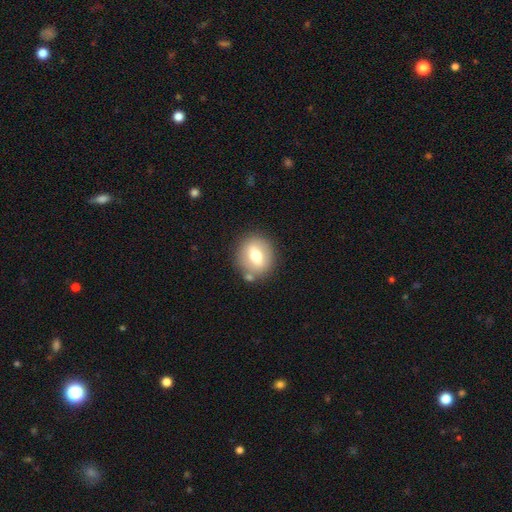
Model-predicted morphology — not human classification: A smooth galaxy with no disk features (61%) that is round (68%). Merging: none (79%).